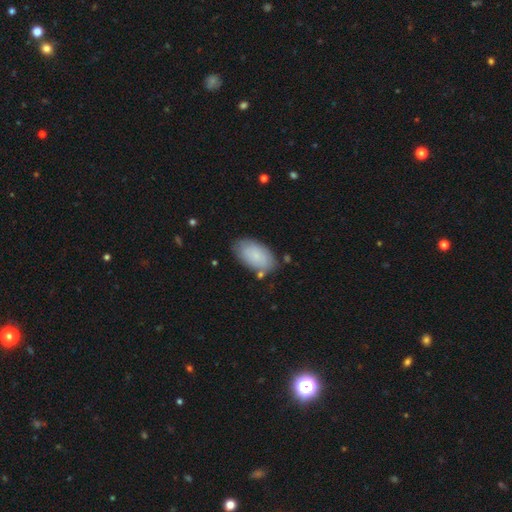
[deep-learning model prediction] smooth 78%, featured or disk 16%, star or artifact 6%. Down the decision tree: how rounded — in between (95%); merging — none (75%).